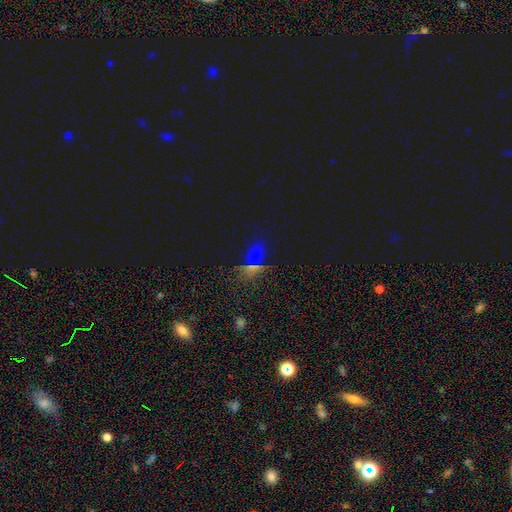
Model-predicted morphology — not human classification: Smooth or featured? star or artifact (47%)